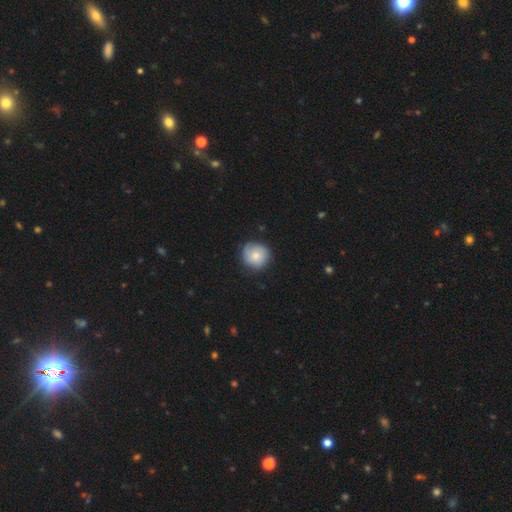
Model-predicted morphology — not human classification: type=smooth (73%); roundness=round (92%); merging=none (78%).